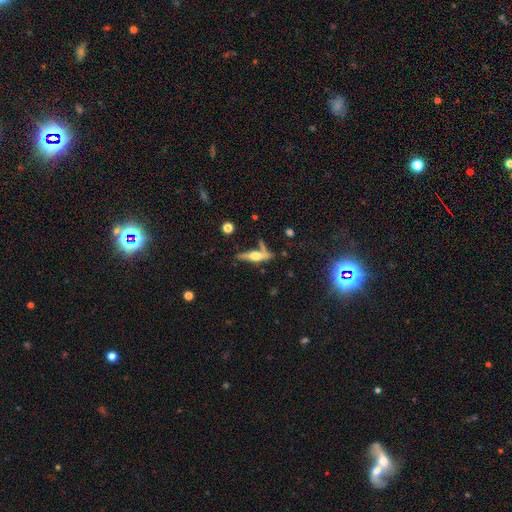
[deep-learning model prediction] A featured or disk galaxy (62%) viewed edge-on (91%) with a rounded central bulge (88%).

Vote fractions:
- Smooth or featured? featured or disk: 62% / smooth: 29% / star or artifact: 8%
- Edge-on disk? yes: 91% / no: 9%
- Edge-on bulge? rounded: 88% / boxy: 8% / none: 4%
- Merging? none: 58% / minor disturbance: 19% / merger: 14% / major disturbance: 9%